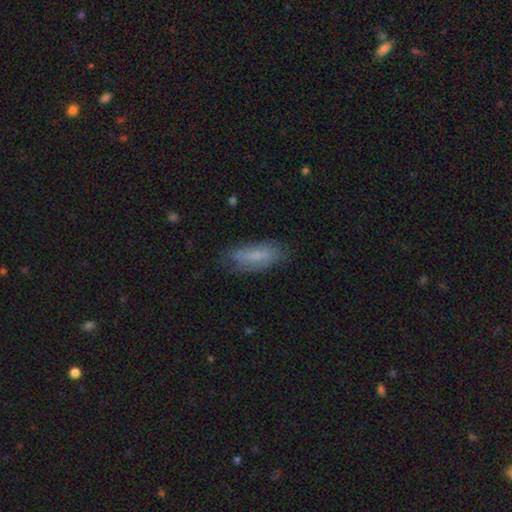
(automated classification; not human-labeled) A smooth galaxy with no disk features (61%) that is in between round and cigar-shaped (73%). Merging: none (69%).